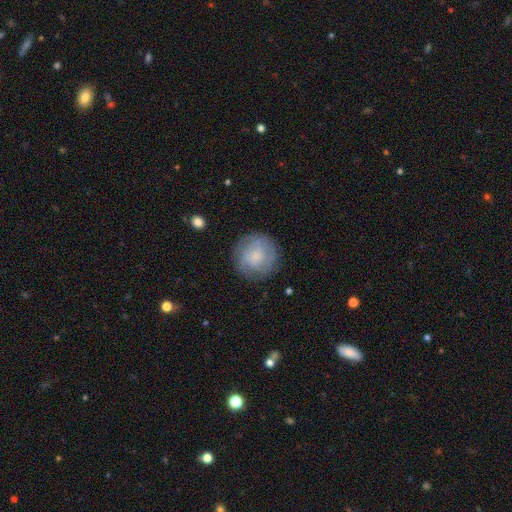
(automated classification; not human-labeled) smooth-or-featured: smooth: 59% | featured or disk: 33% | star or artifact: 8%
  how-rounded: round: 94% | in between: 5% | cigar-shaped: 1%
  merging: none: 79% | minor disturbance: 14% | major disturbance: 5% | merger: 1%